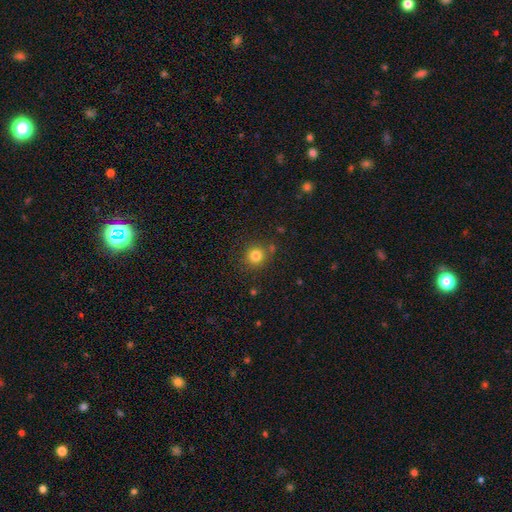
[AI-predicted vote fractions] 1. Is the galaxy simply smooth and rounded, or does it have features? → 81% smooth, 13% star or artifact, 6% featured or disk.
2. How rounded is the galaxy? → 92% round, 7% in between, 1% cigar-shaped.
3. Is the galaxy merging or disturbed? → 82% none, 10% minor disturbance, 5% merger, 3% major disturbance.